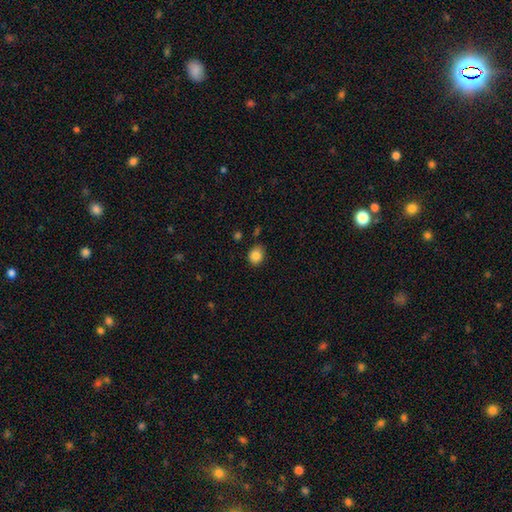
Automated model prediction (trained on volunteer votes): Morphology: type=smooth (86%); roundness=round (58%); merging=none (82%).